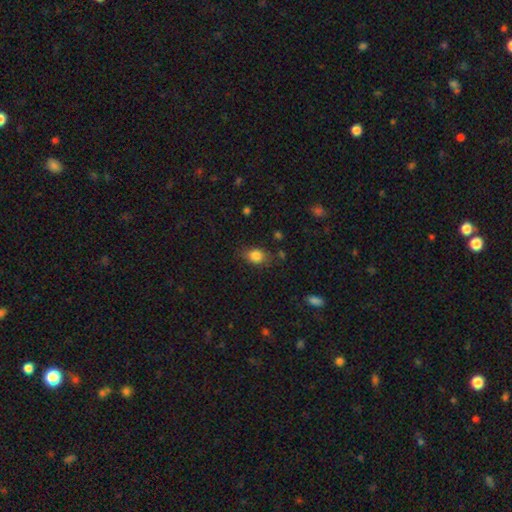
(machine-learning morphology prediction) The model was most divided on "how rounded": in between: 63%, round: 35%, cigar-shaped: 2%. More confident: smooth or featured — smooth (83%); merging — none (76%).